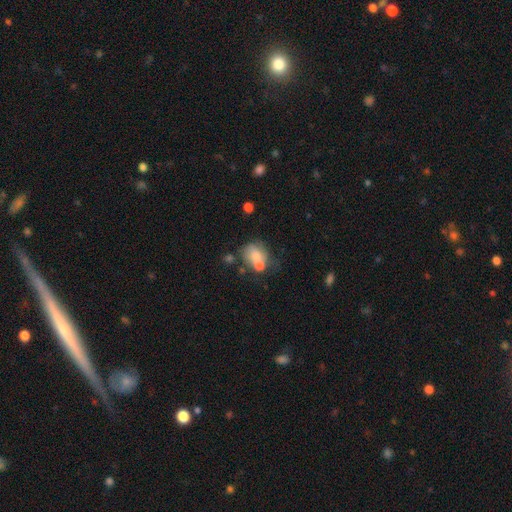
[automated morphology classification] Overall: smooth (66%). How rounded: round (55%; in between 44%). Merging: merger (34%, tied with none).